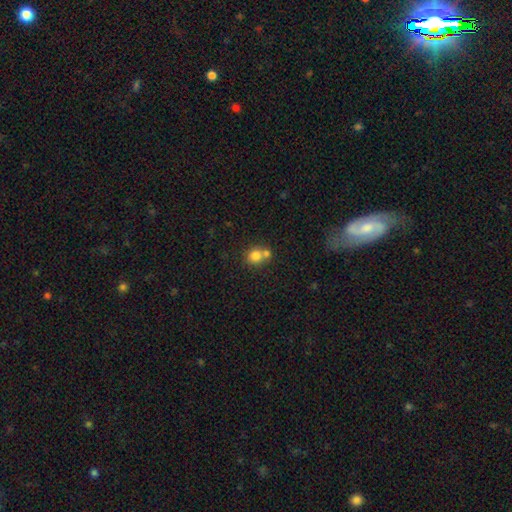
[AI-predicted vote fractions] The model was most divided on "merging": none: 45%, merger: 44%, minor disturbance: 8%, major disturbance: 3%. More confident: how rounded — round (83%); smooth or featured — smooth (78%).